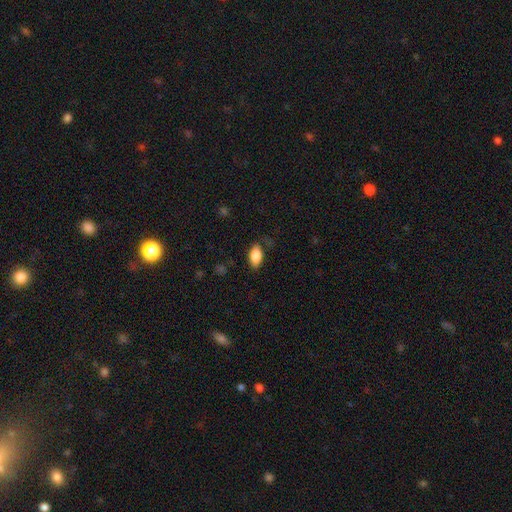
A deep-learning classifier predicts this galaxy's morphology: A smooth galaxy with no disk features (85%) that is in between round and cigar-shaped (92%).

Vote fractions:
- Smooth or featured? smooth: 85% / featured or disk: 8% / star or artifact: 7%
- How rounded? in between: 92% / round: 4% / cigar-shaped: 4%
- Merging? none: 78% / minor disturbance: 17% / major disturbance: 4% / merger: 1%